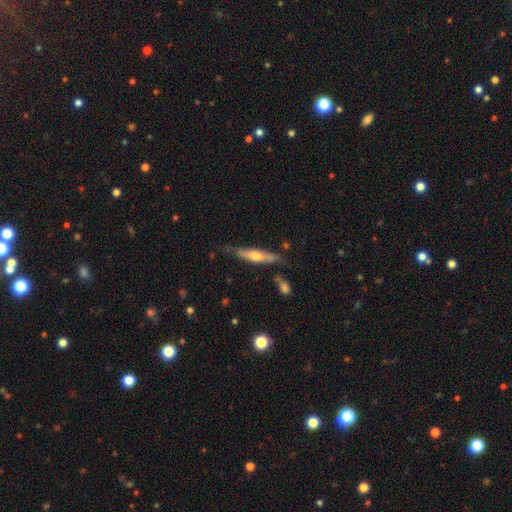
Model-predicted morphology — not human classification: Smooth or featured? Predicted: featured or disk (p=0.51). Edge-on disk? Predicted: yes (p=0.86). Merging? Predicted: none (p=0.68).